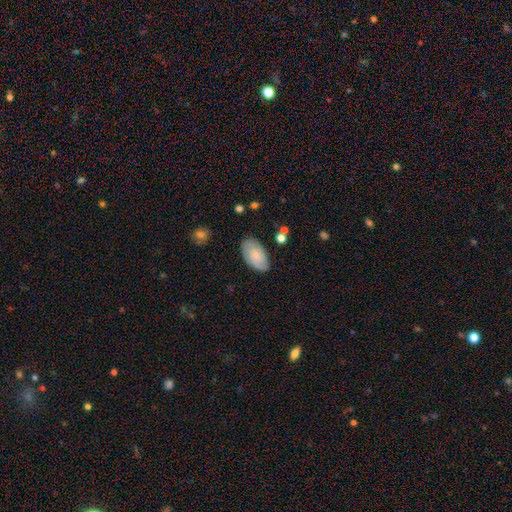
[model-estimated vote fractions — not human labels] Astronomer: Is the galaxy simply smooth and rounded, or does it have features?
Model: smooth — 59%.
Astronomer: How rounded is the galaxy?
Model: in between — 94%.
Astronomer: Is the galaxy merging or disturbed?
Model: none — 78%.